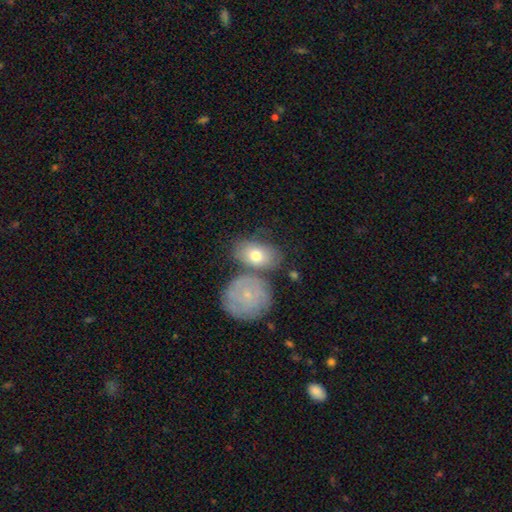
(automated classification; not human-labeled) Smooth or featured: smooth — 64% (featured or disk — 30%)
How rounded: in between — 76% (round — 22%)
Merging: none — 56% (merger — 21%)